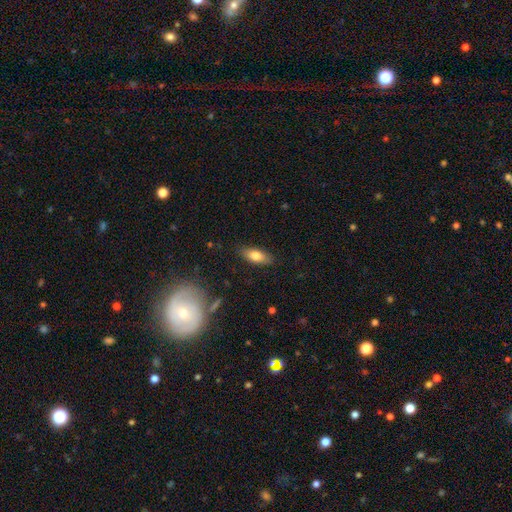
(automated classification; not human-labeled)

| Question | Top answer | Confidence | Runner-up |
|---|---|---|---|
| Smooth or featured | smooth | 75% | featured or disk (18%) |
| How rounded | in between | 74% | cigar-shaped (23%) |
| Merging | none | 85% | minor disturbance (11%) |